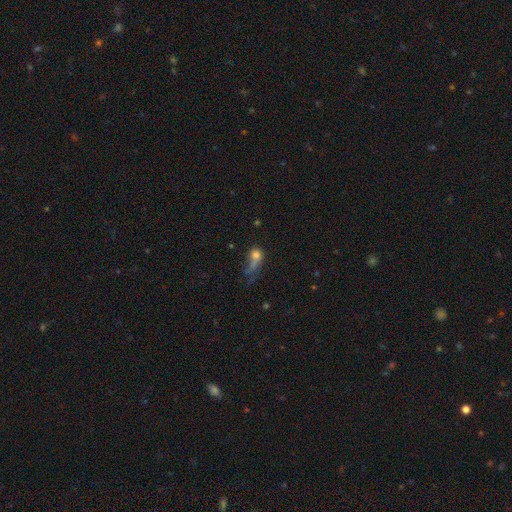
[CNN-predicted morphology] A smooth galaxy with no disk features (66%) that is round (49%).

Vote fractions:
- Smooth or featured? smooth: 66% / featured or disk: 20% / star or artifact: 14%
- How rounded? round: 49% / in between: 45% / cigar-shaped: 7%
- Merging? major disturbance: 40% / none: 24% / merger: 19% / minor disturbance: 16%